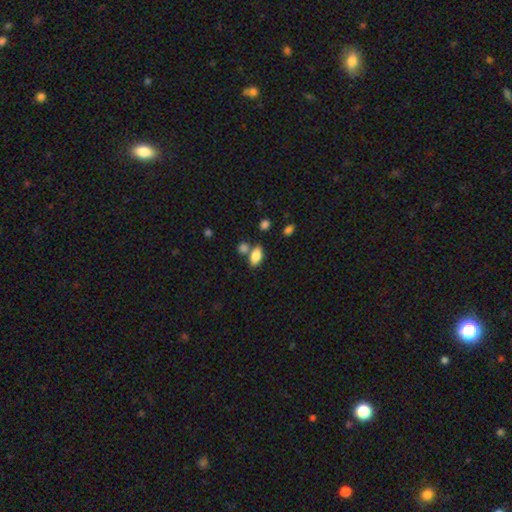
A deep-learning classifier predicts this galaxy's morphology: Smooth or featured? Predicted: smooth (p=0.83). How rounded? Predicted: in between (p=0.89). Merging? Predicted: none (p=0.62).